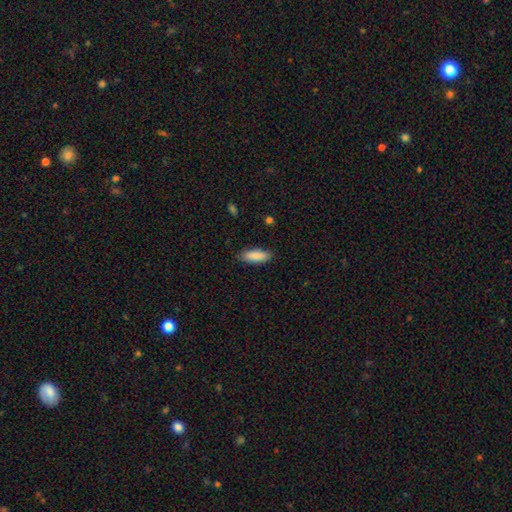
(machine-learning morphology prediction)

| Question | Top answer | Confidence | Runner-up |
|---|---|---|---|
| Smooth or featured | smooth | 89% | star or artifact (6%) |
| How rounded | in between | 66% | cigar-shaped (32%) |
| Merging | none | 86% | minor disturbance (11%) |